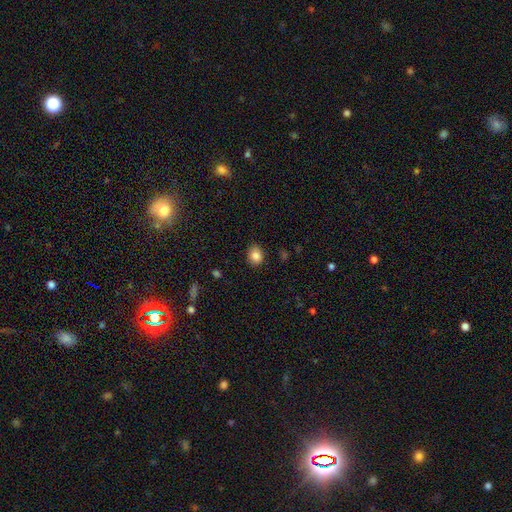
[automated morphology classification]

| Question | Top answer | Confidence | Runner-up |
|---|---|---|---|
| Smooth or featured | smooth | 85% | star or artifact (10%) |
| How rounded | round | 53% | in between (46%) |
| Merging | none | 85% | minor disturbance (11%) |